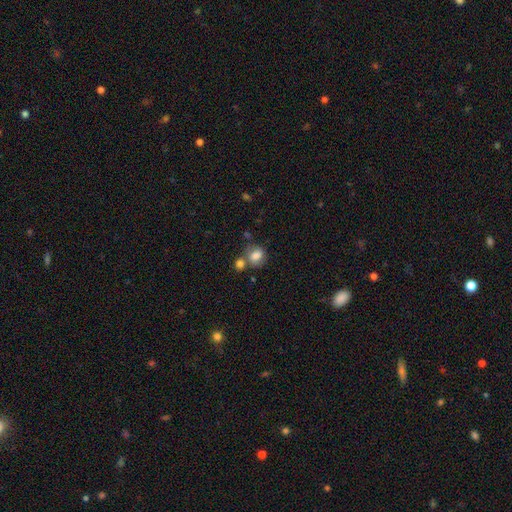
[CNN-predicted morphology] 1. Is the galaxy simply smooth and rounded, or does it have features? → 79% smooth, 11% featured or disk, 10% star or artifact.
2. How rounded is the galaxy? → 51% round, 48% in between, 1% cigar-shaped.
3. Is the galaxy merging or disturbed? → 45% none, 33% merger, 15% minor disturbance, 7% major disturbance.